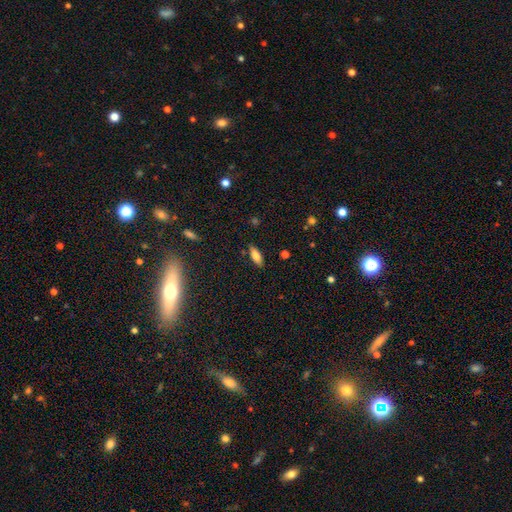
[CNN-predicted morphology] This is likely a smooth galaxy (74%). How rounded: likely in between (76%). Merging: clearly none (86%).